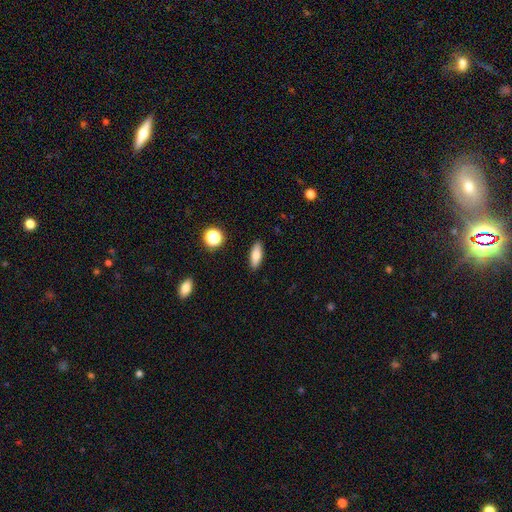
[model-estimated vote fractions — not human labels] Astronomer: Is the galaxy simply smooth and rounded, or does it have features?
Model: smooth — 77%.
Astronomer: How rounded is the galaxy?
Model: in between — 67%.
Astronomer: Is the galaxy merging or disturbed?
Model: none — 89%.